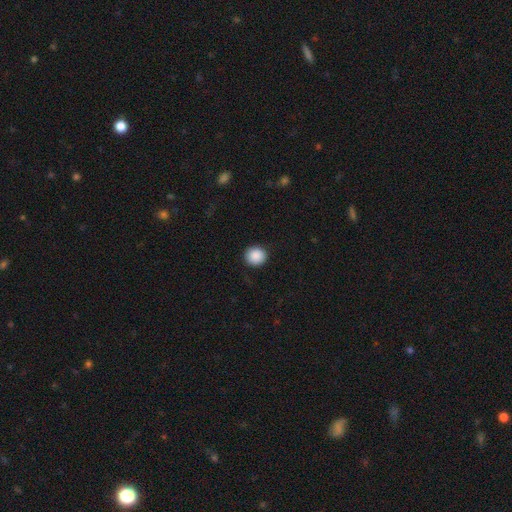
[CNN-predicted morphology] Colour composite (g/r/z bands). It shows a smooth galaxy with no disk features (89%) that is round (91%). Merging: none (91%).